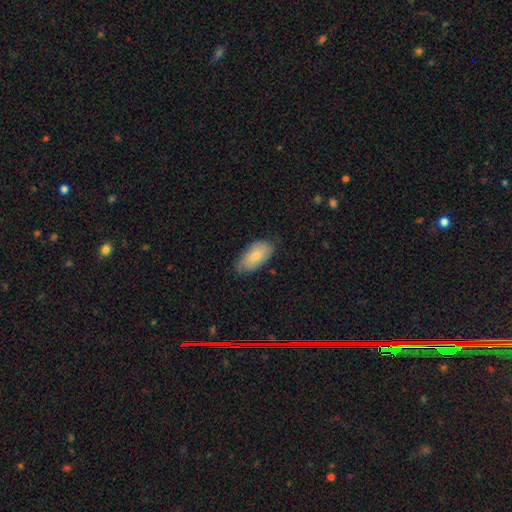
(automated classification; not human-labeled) Smooth or featured?
  - smooth: 78% *
  - featured or disk: 16%
  - star or artifact: 6%
How rounded?
  - in between: 94% *
  - cigar-shaped: 3%
  - round: 3%
Merging?
  - none: 72% *
  - minor disturbance: 23%
  - major disturbance: 4%
  - merger: 1%